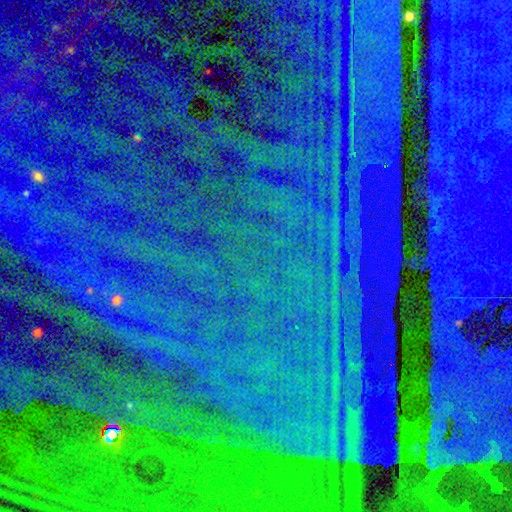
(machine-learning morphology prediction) This appears to be a star or artifact, not a galaxy (88%).